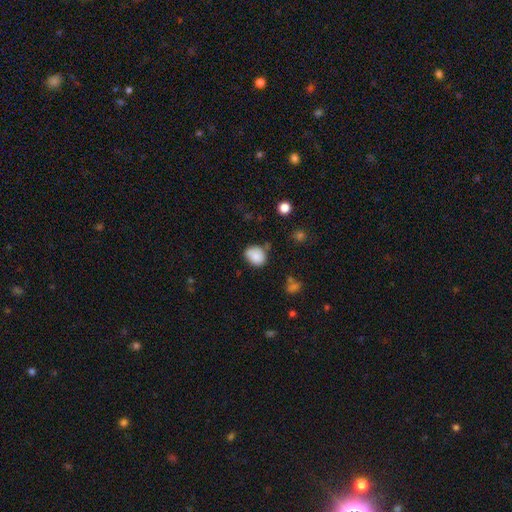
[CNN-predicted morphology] A smooth galaxy with no disk features (81%) that is round (55%). Merging: none (62%).